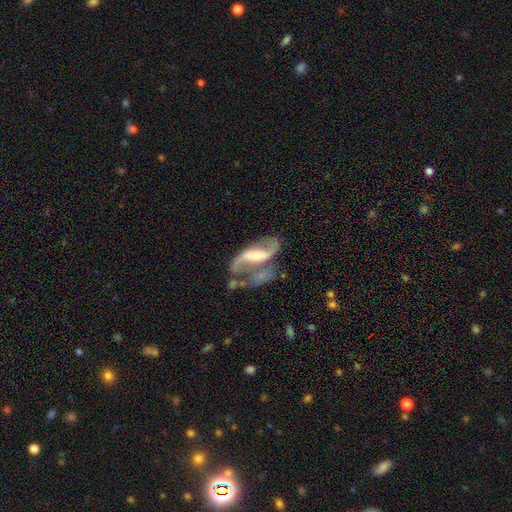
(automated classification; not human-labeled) featured or disk 85%, smooth 10%, star or artifact 5%. Down the decision tree: edge-on disk — no (95%); bar — strong (45%); spiral arms — yes (92%); spiral arm count — 2 (88%); spiral winding — loose (63%); bulge size — moderate (40%); merging — none (43%).